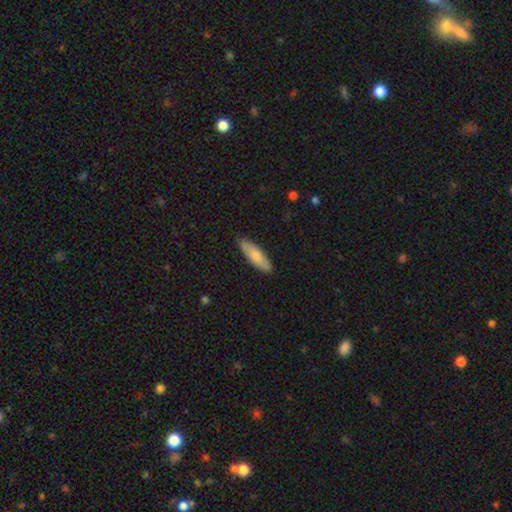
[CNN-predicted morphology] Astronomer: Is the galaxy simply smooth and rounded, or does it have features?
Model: smooth — 74%.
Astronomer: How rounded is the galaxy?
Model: in between — 49%, tied with cigar-shaped at 49%.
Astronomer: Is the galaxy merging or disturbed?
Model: none — 83%.